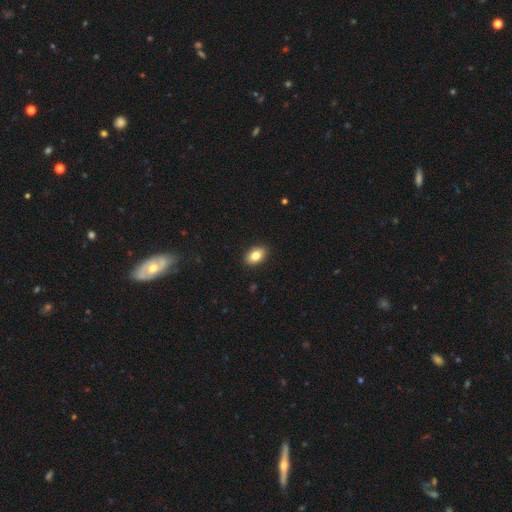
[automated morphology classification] smooth_or_featured: smooth (p=0.82) [alt: featured or disk p=0.10]
how_rounded: in between (p=0.87) [alt: round p=0.12]
merging: none (p=0.90) [alt: minor disturbance p=0.07]